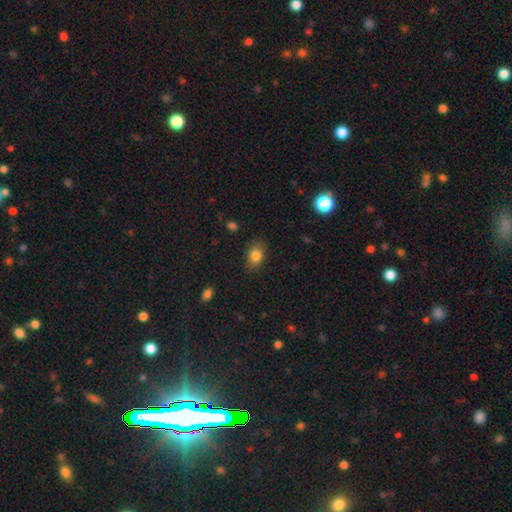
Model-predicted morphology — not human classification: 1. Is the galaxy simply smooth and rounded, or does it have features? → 82% smooth, 9% star or artifact, 9% featured or disk.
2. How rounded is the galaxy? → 76% in between, 23% round, 2% cigar-shaped.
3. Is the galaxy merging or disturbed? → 83% none, 13% minor disturbance, 3% major disturbance, 1% merger.